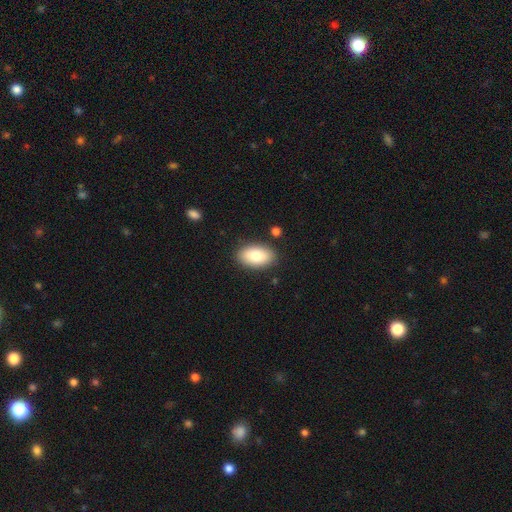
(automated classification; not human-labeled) Smooth or featured: smooth — 81% (featured or disk — 12%)
How rounded: in between — 93% (round — 5%)
Merging: none — 87% (minor disturbance — 9%)